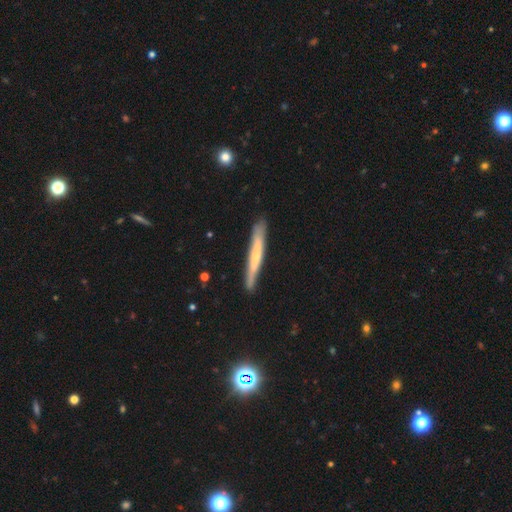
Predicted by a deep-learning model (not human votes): Smooth or featured?
  - featured or disk: 48% *
  - smooth: 47%
  - star or artifact: 6%
Merging?
  - none: 85% *
  - minor disturbance: 12%
  - major disturbance: 2%
  - merger: 2%